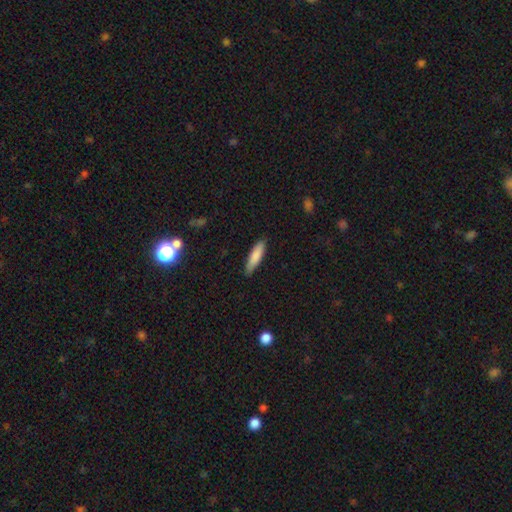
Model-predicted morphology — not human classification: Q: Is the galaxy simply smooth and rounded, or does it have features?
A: smooth — 84%.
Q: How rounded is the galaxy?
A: cigar-shaped — 70%.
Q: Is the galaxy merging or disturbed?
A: none — 85%.